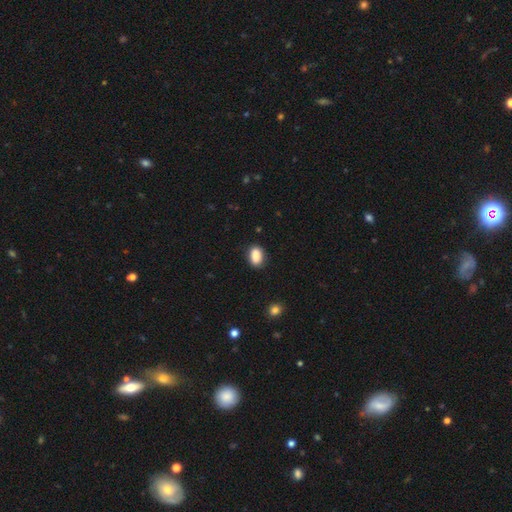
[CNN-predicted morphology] A smooth galaxy with no disk features (88%) that is in between round and cigar-shaped (87%). Merging: none (84%).